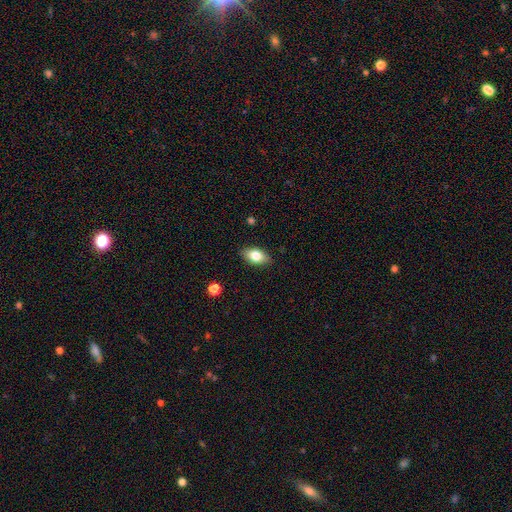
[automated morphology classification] Smooth or featured? smooth (78%)
How rounded? in between (89%)
Merging? none (87%)